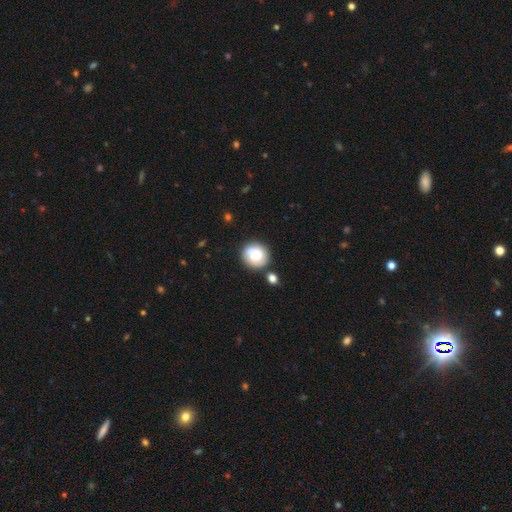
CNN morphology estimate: This appears to be a smooth galaxy with no disk features (64%) that is round (88%). Merging: none (75%).